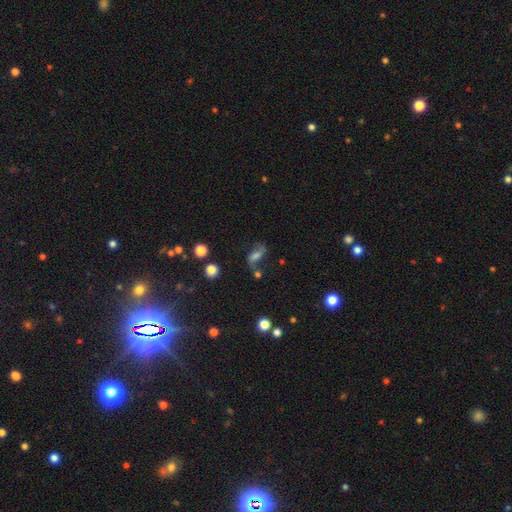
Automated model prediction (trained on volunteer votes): Smooth or featured?
  - featured or disk: 48% *
  - smooth: 38%
  - star or artifact: 14%
Merging?
  - none: 49% *
  - minor disturbance: 20%
  - major disturbance: 16%
  - merger: 15%